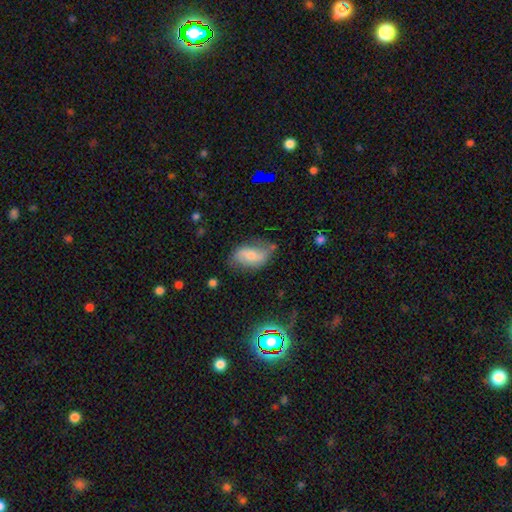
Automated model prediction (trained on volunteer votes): Overall: smooth (51%; featured or disk 41%). How rounded: in between (90%). Merging: none (59%; minor disturbance 28%).